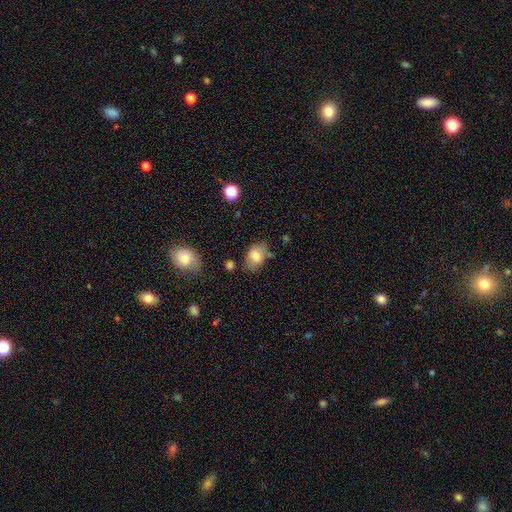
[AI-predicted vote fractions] Morphology: type=smooth (75%); roundness=in between (86%); merging=none (69%).